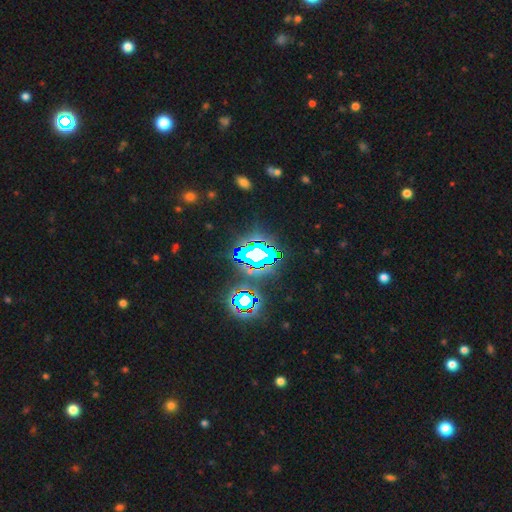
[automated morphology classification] The model was most divided on "smooth or featured": star or artifact: 72%, smooth: 14%, featured or disk: 14%.